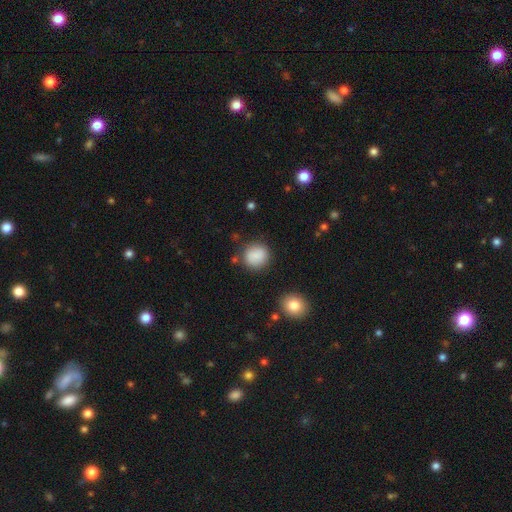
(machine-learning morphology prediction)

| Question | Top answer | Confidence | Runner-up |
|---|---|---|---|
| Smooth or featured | smooth | 87% | star or artifact (8%) |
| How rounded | round | 84% | in between (15%) |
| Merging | none | 83% | minor disturbance (11%) |